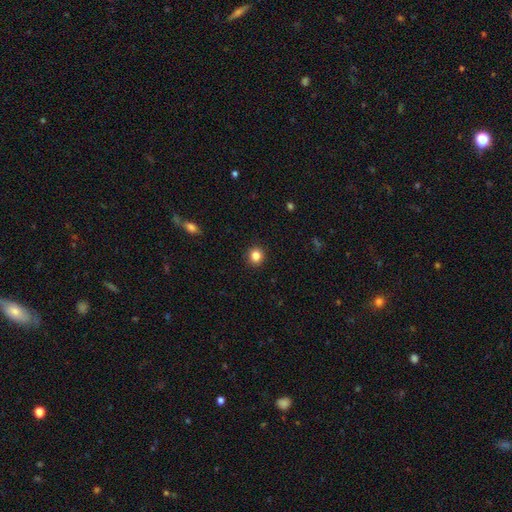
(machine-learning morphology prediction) This appears to be a smooth galaxy with no disk features (84%) that is round (87%). Merging: none (92%).